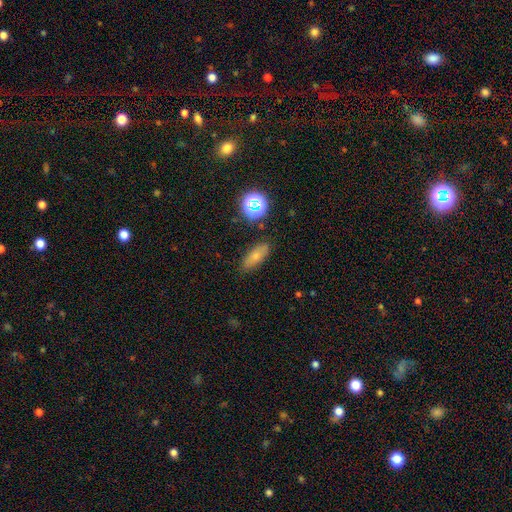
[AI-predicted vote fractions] Q: Smooth or featured?
A: smooth (70%); runner-up: featured or disk (17%)
Q: How rounded?
A: in between (69%); runner-up: cigar-shaped (24%)
Q: Merging?
A: none (82%); runner-up: minor disturbance (13%)